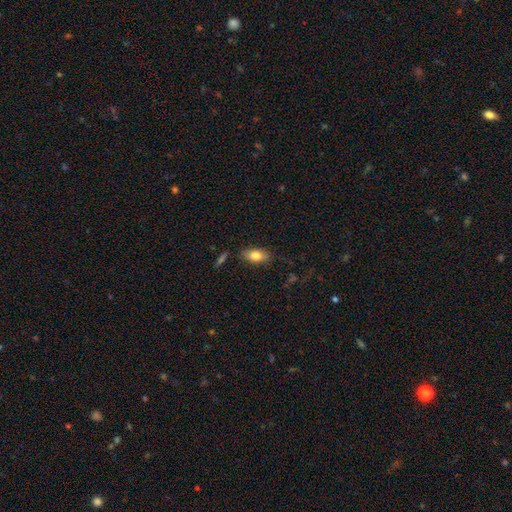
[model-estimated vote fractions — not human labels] Smooth or featured: smooth — 81% (featured or disk — 11%)
How rounded: in between — 88% (cigar-shaped — 6%)
Merging: none — 83% (minor disturbance — 12%)